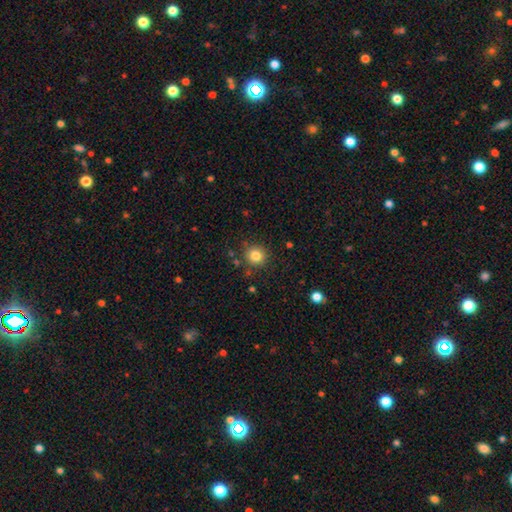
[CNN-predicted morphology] The model was most divided on "smooth or featured": smooth: 82%, star or artifact: 12%, featured or disk: 6%. More confident: how rounded — round (93%); merging — none (86%).